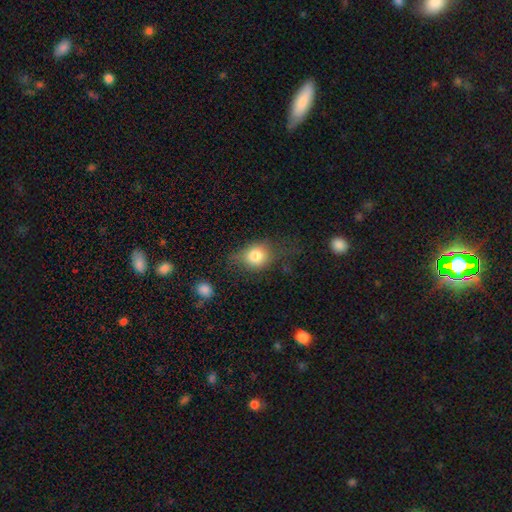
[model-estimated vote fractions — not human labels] This appears to be a smooth galaxy with no disk features (77%) that is round (62%). Merging: none (49%).